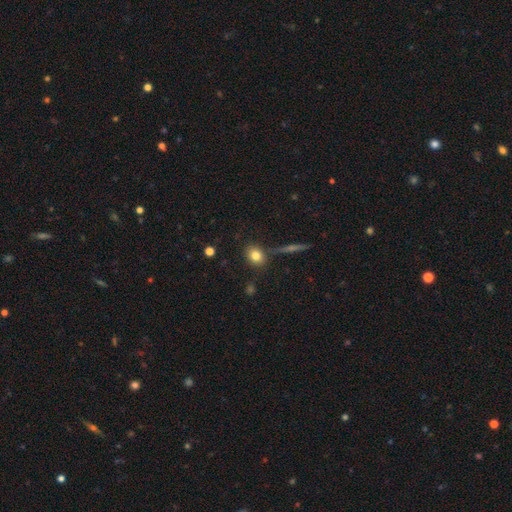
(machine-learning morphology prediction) A smooth galaxy with no disk features (80%) that is round (51%). Merging: none (79%).